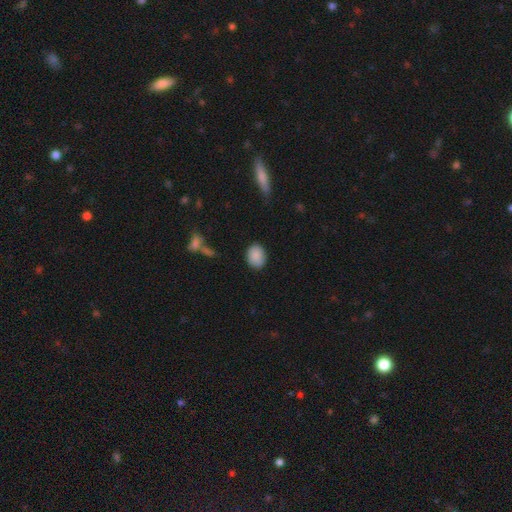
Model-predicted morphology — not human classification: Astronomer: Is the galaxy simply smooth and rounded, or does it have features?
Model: smooth — 87%.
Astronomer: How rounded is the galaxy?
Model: in between — 59% (runner-up: round, 40%).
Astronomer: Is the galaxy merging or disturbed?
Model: none — 81%.